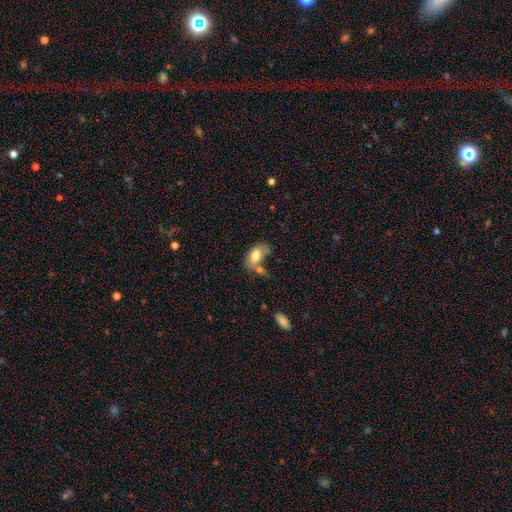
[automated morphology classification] Overall: smooth (76%). How rounded: in between (91%). Merging: none (34%; merger 31%).